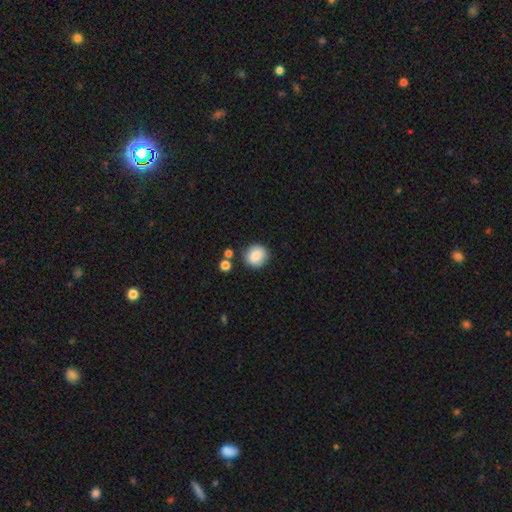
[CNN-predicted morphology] smooth 86%, star or artifact 8%, featured or disk 6%. Down the decision tree: how rounded — round (80%); merging — none (82%).